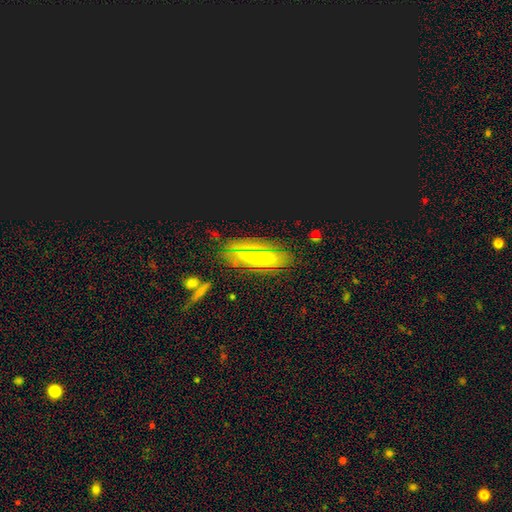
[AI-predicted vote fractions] The model was most divided on "smooth or featured": smooth: 40%, star or artifact: 33%, featured or disk: 27%. More confident: merging — none (79%).